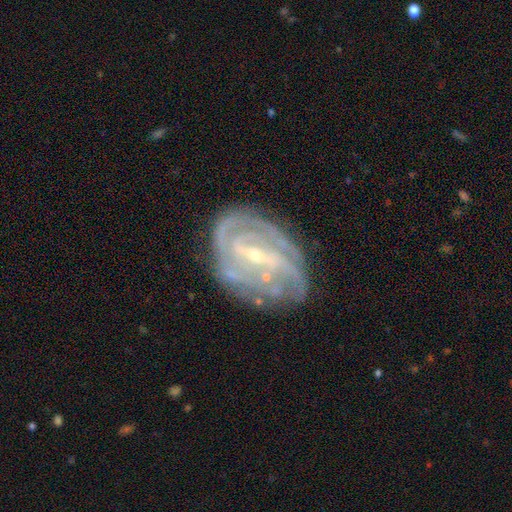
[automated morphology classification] featured or disk 86%, smooth 7%, star or artifact 7%. Down the decision tree: edge-on disk — no (96%); bar — strong (44%); spiral arms — yes (92%); spiral arm count — can't tell (31%); spiral winding — tight (61%); bulge size — small (69%); merging — none (65%).